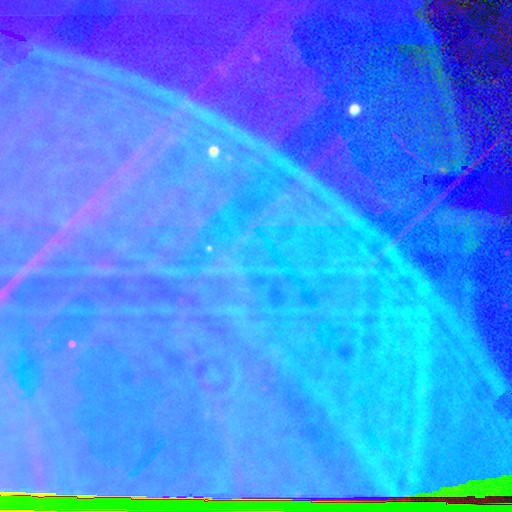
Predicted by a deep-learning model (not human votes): smooth-or-featured: star or artifact: 87% | featured or disk: 7% | smooth: 6%